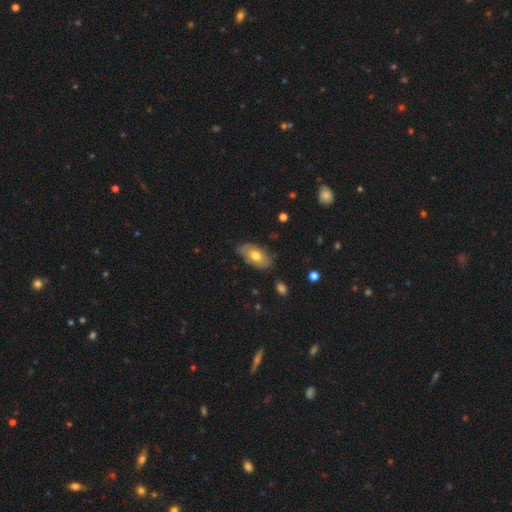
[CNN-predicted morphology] Smooth or featured? Predicted: smooth (p=0.64). How rounded? Predicted: in between (p=0.92). Merging? Predicted: none (p=0.75).